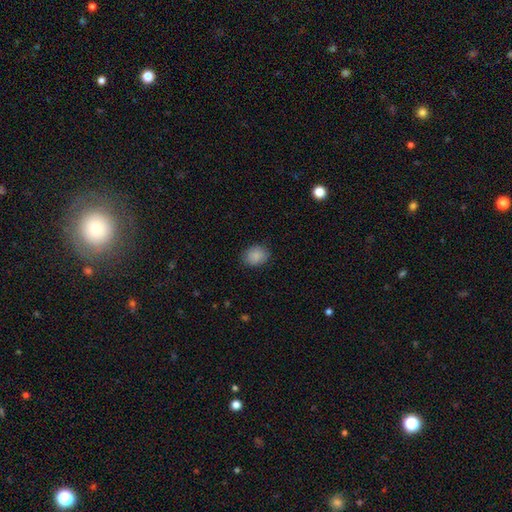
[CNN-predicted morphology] Smooth or featured? smooth (88%)
How rounded? in between (52%)
Merging? none (86%)